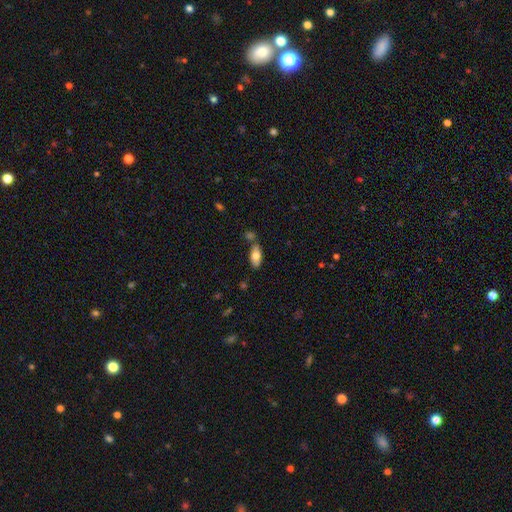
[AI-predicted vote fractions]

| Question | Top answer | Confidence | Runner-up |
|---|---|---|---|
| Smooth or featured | smooth | 76% | featured or disk (17%) |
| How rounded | in between | 87% | cigar-shaped (11%) |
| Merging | none | 68% | merger (15%) |